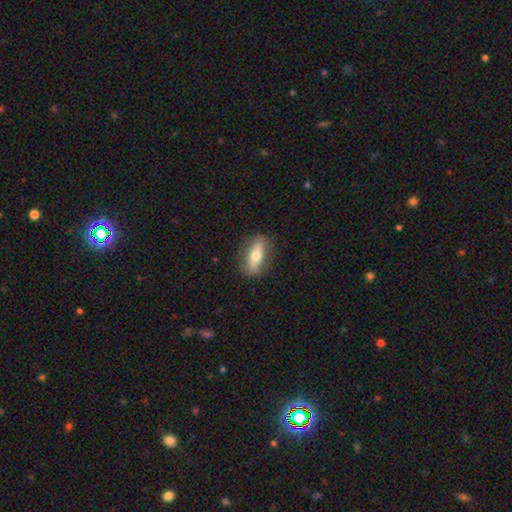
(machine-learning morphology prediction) Smooth or featured? smooth (56%)
How rounded? in between (68%)
Merging? none (84%)